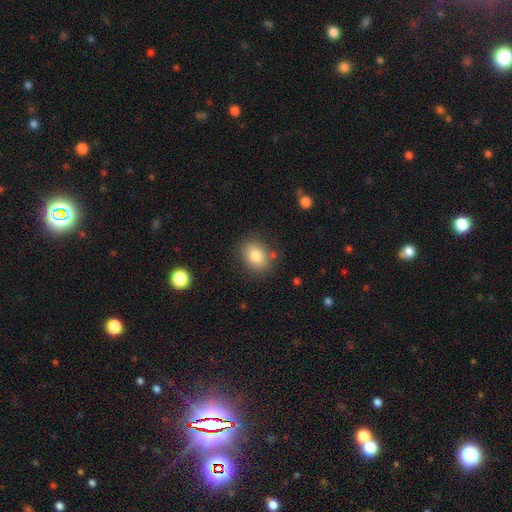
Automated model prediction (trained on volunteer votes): smooth_or_featured: smooth (p=0.81) [alt: star or artifact p=0.10]
how_rounded: in between (p=0.54) [alt: round p=0.45]
merging: none (p=0.80) [alt: minor disturbance p=0.13]